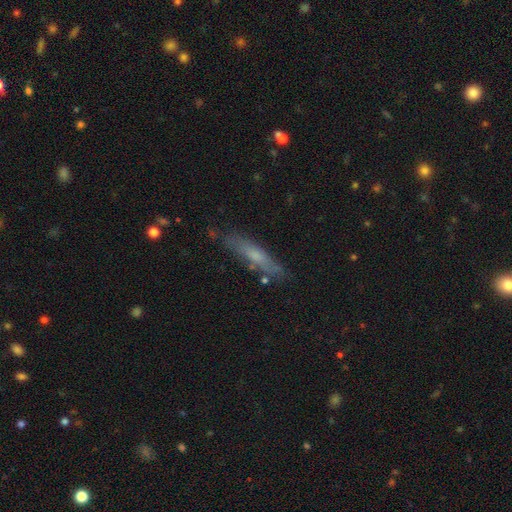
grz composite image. It shows a smooth galaxy with no disk features (55%) that is cigar-shaped (91%). Merging: none (73%).